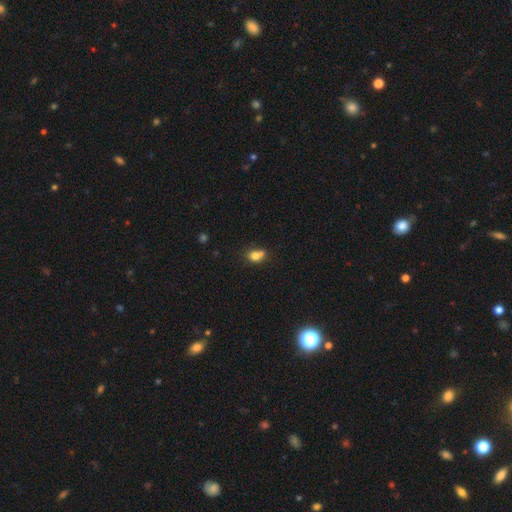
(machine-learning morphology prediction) smooth-or-featured: smooth: 77% | star or artifact: 12% | featured or disk: 12%
  how-rounded: in between: 54% | round: 45% | cigar-shaped: 2%
  merging: none: 42% | merger: 33% | minor disturbance: 18% | major disturbance: 7%